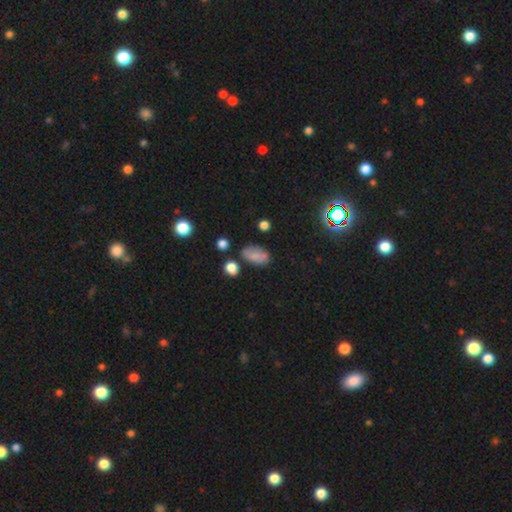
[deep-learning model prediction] Q: Smooth or featured?
A: smooth (73%); runner-up: featured or disk (14%)
Q: How rounded?
A: in between (91%); runner-up: round (7%)
Q: Merging?
A: none (61%); runner-up: minor disturbance (23%)